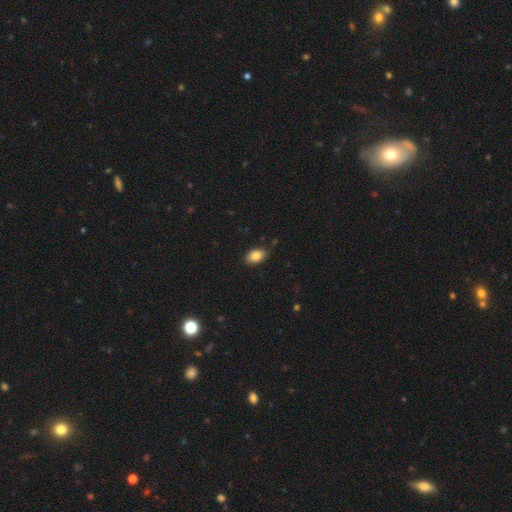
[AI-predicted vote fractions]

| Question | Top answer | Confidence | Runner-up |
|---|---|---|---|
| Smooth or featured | smooth | 85% | star or artifact (8%) |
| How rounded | in between | 89% | round (9%) |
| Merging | none | 86% | minor disturbance (11%) |